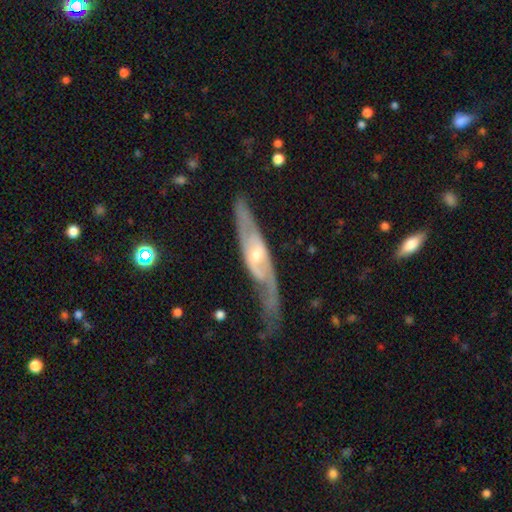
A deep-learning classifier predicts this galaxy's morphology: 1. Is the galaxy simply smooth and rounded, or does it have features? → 80% featured or disk, 16% smooth, 5% star or artifact.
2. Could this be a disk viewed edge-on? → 64% no, 36% yes.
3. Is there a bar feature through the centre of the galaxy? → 47% no, 38% weak, 15% strong.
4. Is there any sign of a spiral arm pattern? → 80% yes, 20% no.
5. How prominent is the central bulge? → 48% moderate, 47% small, 3% large, 1% none, 1% dominant.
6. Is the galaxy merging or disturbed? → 58% none, 23% minor disturbance, 16% major disturbance, 3% merger.